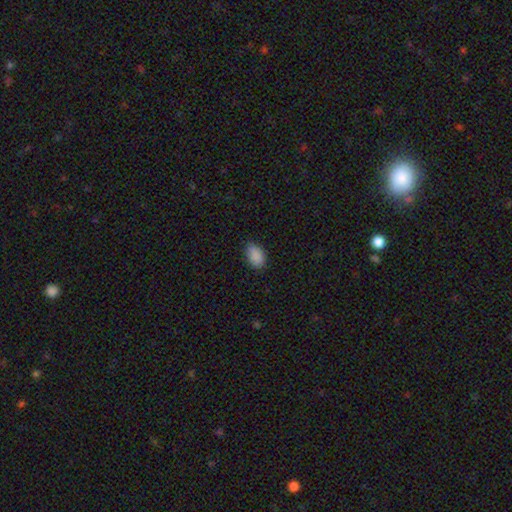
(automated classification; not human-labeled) Smooth or featured?
  - smooth: 89% *
  - star or artifact: 8%
  - featured or disk: 3%
How rounded?
  - in between: 92% *
  - round: 7%
  - cigar-shaped: 2%
Merging?
  - none: 81% *
  - minor disturbance: 15%
  - major disturbance: 3%
  - merger: 1%